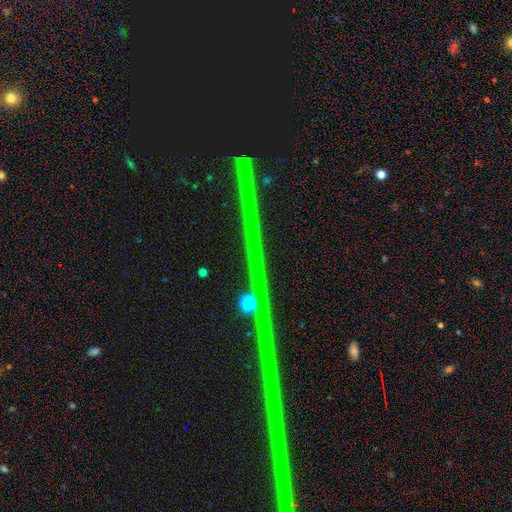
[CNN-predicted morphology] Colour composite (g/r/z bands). It shows a star or artifact, not a galaxy (85%).